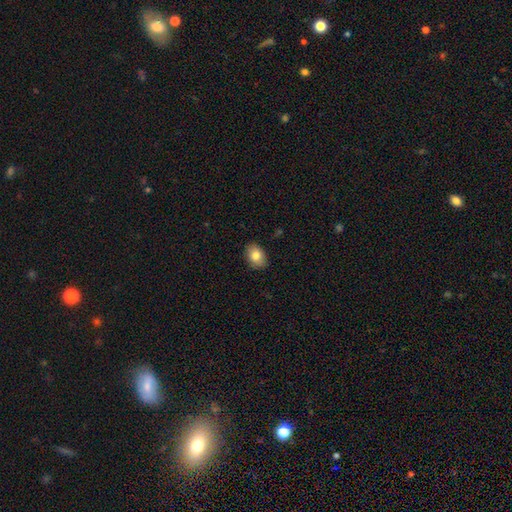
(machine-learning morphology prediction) smooth 82%, featured or disk 10%, star or artifact 8%. Down the decision tree: how rounded — in between (77%); merging — none (86%).